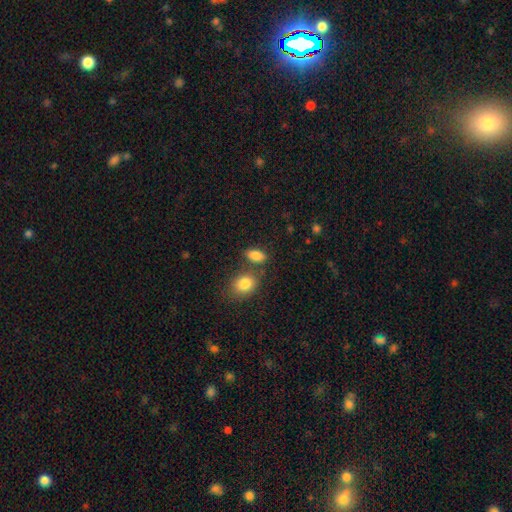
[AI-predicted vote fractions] A smooth galaxy with no disk features (85%) that is in between round and cigar-shaped (88%).

Vote fractions:
- Smooth or featured? smooth: 85% / star or artifact: 9% / featured or disk: 6%
- How rounded? in between: 88% / round: 9% / cigar-shaped: 3%
- Merging? none: 67% / merger: 17% / minor disturbance: 12% / major disturbance: 4%